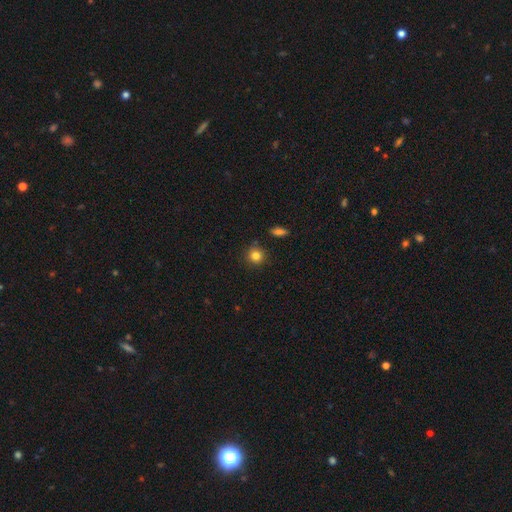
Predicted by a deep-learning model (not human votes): A smooth galaxy with no disk features (82%) that is round (91%).

Vote fractions:
- Smooth or featured? smooth: 82% / star or artifact: 12% / featured or disk: 6%
- How rounded? round: 91% / in between: 8% / cigar-shaped: 1%
- Merging? none: 86% / minor disturbance: 8% / merger: 3% / major disturbance: 2%